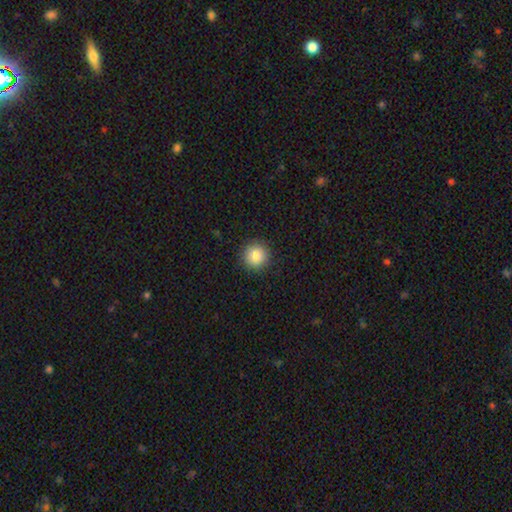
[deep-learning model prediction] smooth-or-featured: smooth: 86% | star or artifact: 9% | featured or disk: 4%
  how-rounded: round: 94% | in between: 5% | cigar-shaped: 1%
  merging: none: 91% | minor disturbance: 6% | major disturbance: 2% | merger: 1%